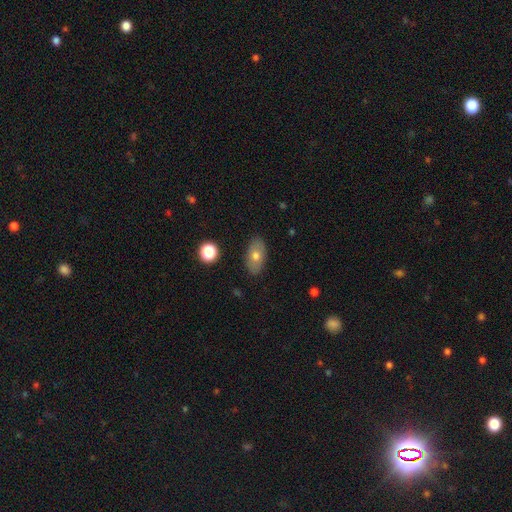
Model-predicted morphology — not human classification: The model was most divided on "smooth or featured": smooth: 68%, featured or disk: 24%, star or artifact: 8%. More confident: how rounded — in between (90%); merging — none (87%).